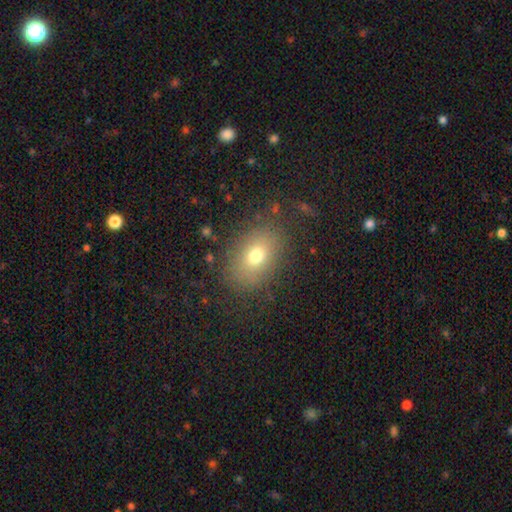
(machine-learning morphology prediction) smooth-or-featured: smooth: 71% | star or artifact: 16% | featured or disk: 14%
  how-rounded: in between: 74% | round: 25% | cigar-shaped: 1%
  merging: none: 84% | minor disturbance: 10% | major disturbance: 4% | merger: 2%